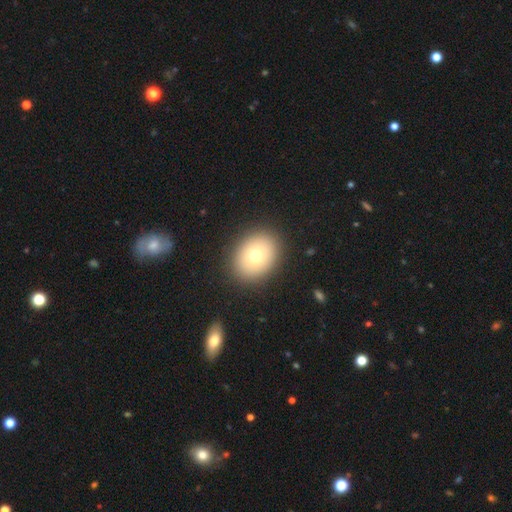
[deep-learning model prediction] A smooth galaxy with no disk features (75%) that is in between round and cigar-shaped (58%).

Vote fractions:
- Smooth or featured? smooth: 75% / featured or disk: 15% / star or artifact: 10%
- How rounded? in between: 58% / round: 41% / cigar-shaped: 1%
- Merging? none: 89% / minor disturbance: 7% / major disturbance: 3% / merger: 1%